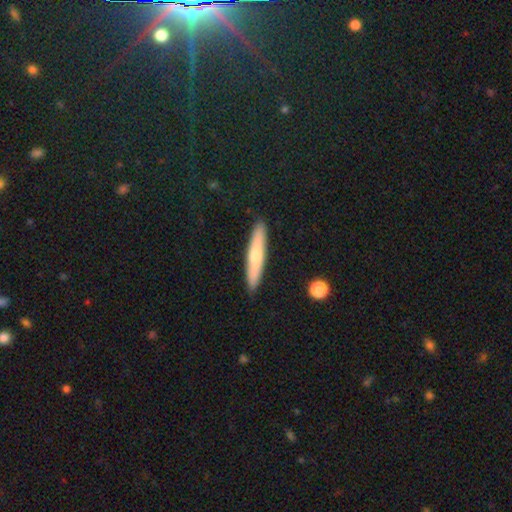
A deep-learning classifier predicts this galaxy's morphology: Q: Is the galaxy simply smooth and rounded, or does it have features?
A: smooth — 62%.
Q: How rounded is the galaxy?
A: cigar-shaped — 91%.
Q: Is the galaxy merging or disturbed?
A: none — 90%.